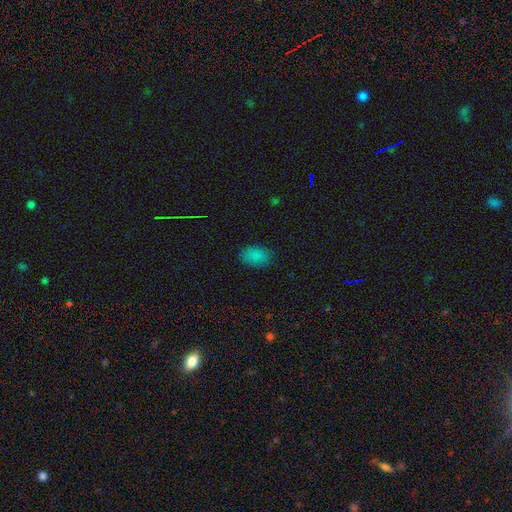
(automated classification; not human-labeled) Overall: smooth (85%). How rounded: in between (87%). Merging: none (84%).